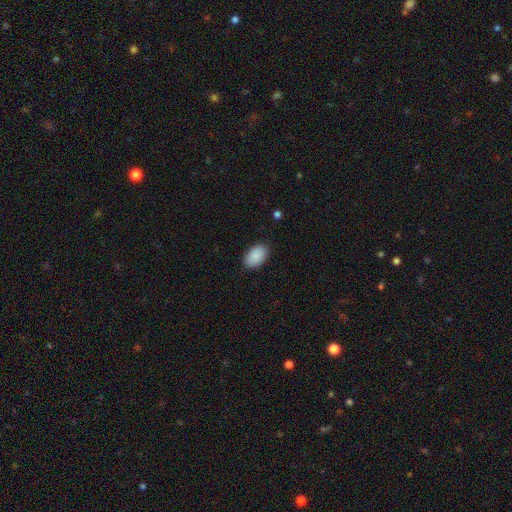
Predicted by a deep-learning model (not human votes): smooth-or-featured: smooth: 90% | star or artifact: 6% | featured or disk: 4%
  how-rounded: in between: 93% | round: 5% | cigar-shaped: 1%
  merging: none: 87% | minor disturbance: 10% | major disturbance: 2% | merger: 1%